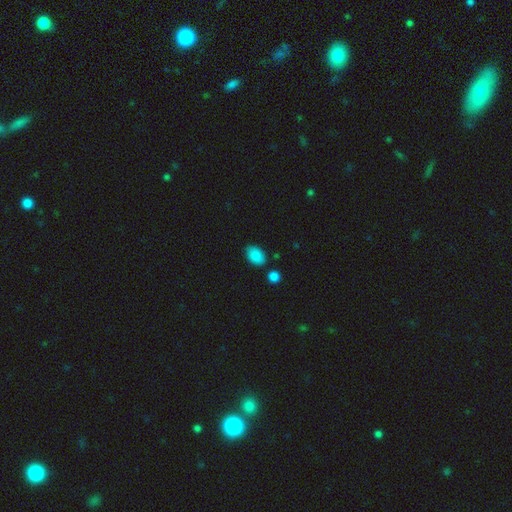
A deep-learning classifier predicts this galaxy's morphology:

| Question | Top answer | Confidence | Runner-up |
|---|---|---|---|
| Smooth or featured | smooth | 88% | star or artifact (8%) |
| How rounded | in between | 87% | round (12%) |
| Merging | none | 75% | minor disturbance (16%) |